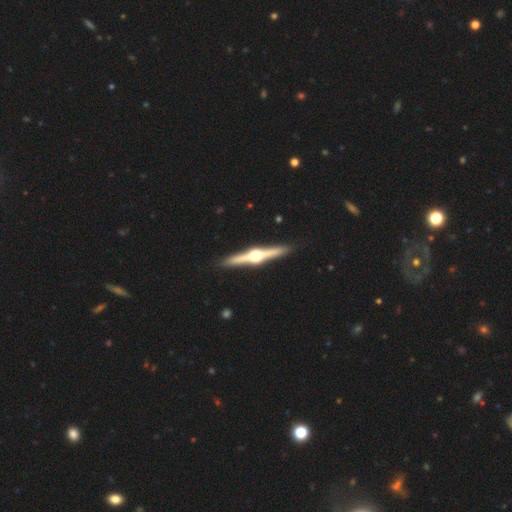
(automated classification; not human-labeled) Morphology: type=featured or disk (86%); edge-on=yes (99%); edge-on bulge=rounded (96%); merging=none (92%).